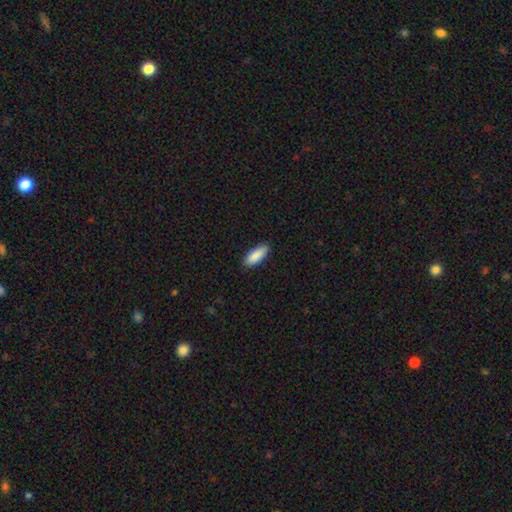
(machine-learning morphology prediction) Smooth or featured? Predicted: smooth (p=0.89). How rounded? Predicted: in between (p=0.69). Merging? Predicted: none (p=0.86).